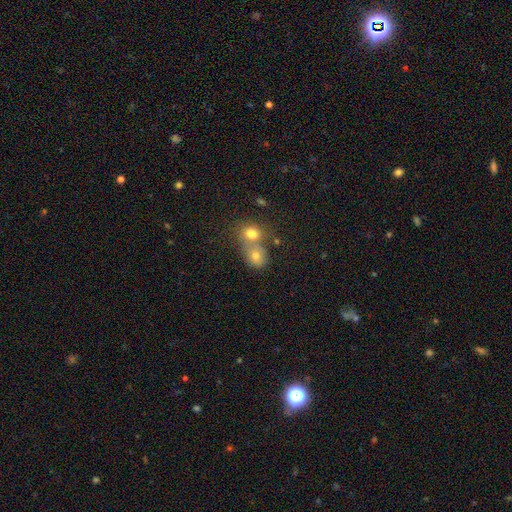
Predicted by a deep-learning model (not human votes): This is likely a smooth galaxy (73%). How rounded: likely round (63%). Merging: possibly merger (57%).